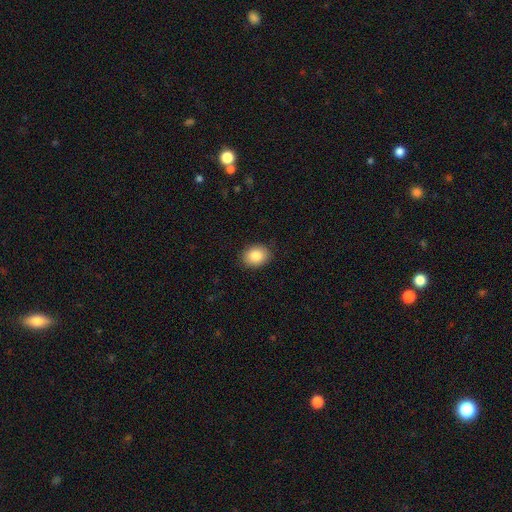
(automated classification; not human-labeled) Smooth or featured: smooth — 86% (star or artifact — 8%)
How rounded: in between — 60% (round — 39%)
Merging: none — 89% (minor disturbance — 8%)